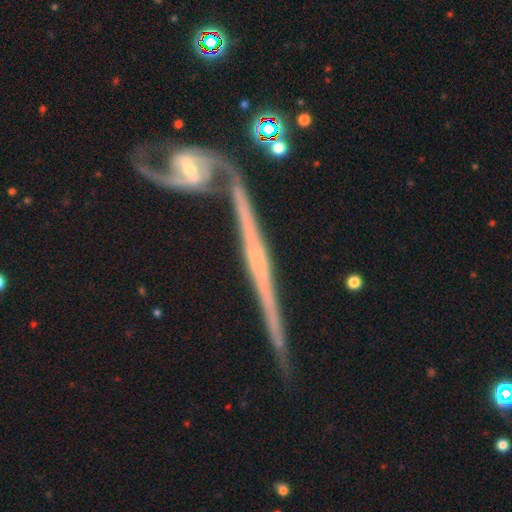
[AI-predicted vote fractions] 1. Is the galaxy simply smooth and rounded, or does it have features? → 84% featured or disk, 9% smooth, 7% star or artifact.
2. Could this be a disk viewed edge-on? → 91% yes, 9% no.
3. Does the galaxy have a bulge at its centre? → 65% none, 26% rounded, 9% boxy.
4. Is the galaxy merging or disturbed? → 62% none, 19% merger, 13% minor disturbance, 5% major disturbance.